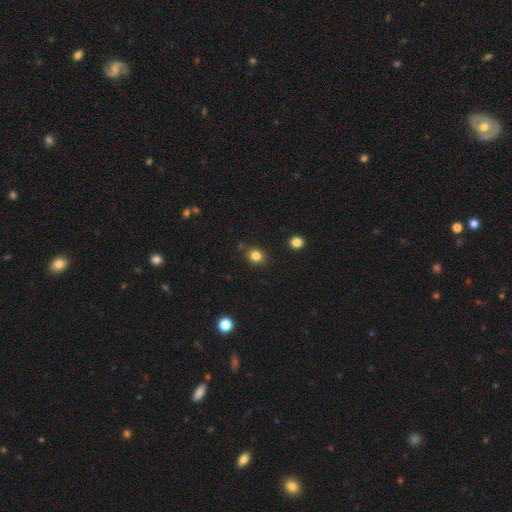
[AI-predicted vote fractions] Smooth or featured? smooth (82%)
How rounded? round (68%)
Merging? none (82%)